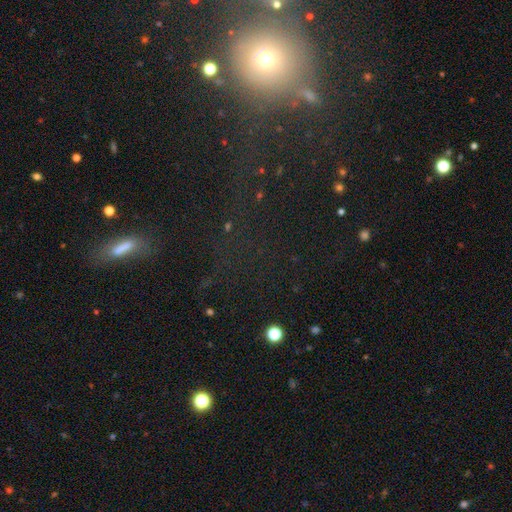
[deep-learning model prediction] smooth-or-featured: star or artifact: 49% | smooth: 33% | featured or disk: 18%